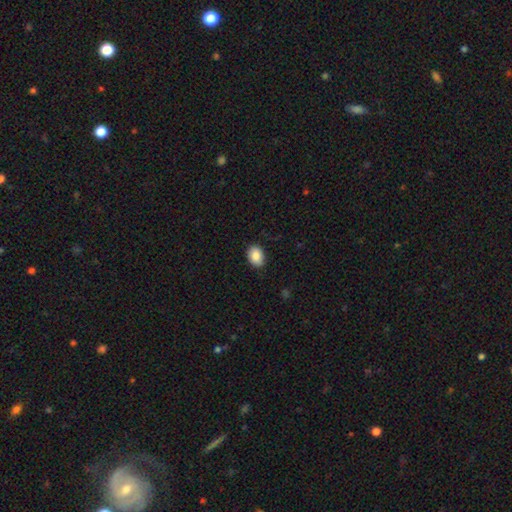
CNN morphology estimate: smooth_or_featured: smooth (p=0.87) [alt: star or artifact p=0.07]
how_rounded: in between (p=0.73) [alt: round p=0.26]
merging: none (p=0.87) [alt: minor disturbance p=0.10]